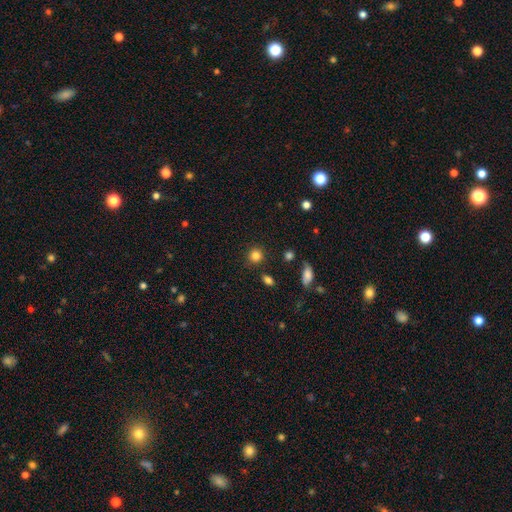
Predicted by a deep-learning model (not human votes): smooth_or_featured: smooth (p=0.84) [alt: star or artifact p=0.11]
how_rounded: round (p=0.90) [alt: in between p=0.09]
merging: none (p=0.87) [alt: minor disturbance p=0.07]